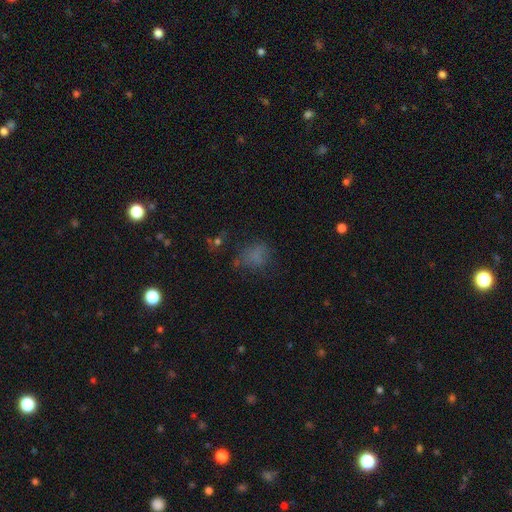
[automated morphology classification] Q: Smooth or featured?
A: smooth (62%); runner-up: star or artifact (22%)
Q: How rounded?
A: round (50%); runner-up: in between (48%)
Q: Merging?
A: none (53%); runner-up: minor disturbance (23%)